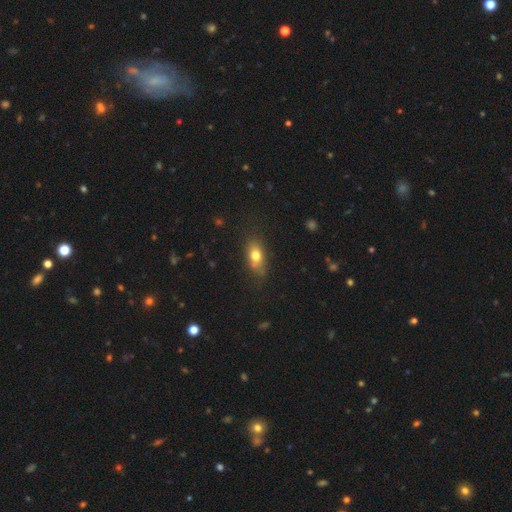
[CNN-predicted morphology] Smooth or featured? Predicted: smooth (p=0.75). How rounded? Predicted: in between (p=0.77). Merging? Predicted: none (p=0.63).